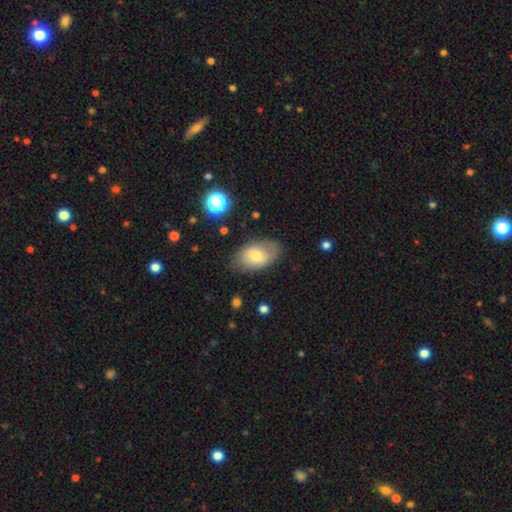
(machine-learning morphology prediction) This is likely a smooth galaxy (65%). How rounded: clearly in between (89%). Merging: likely none (73%).